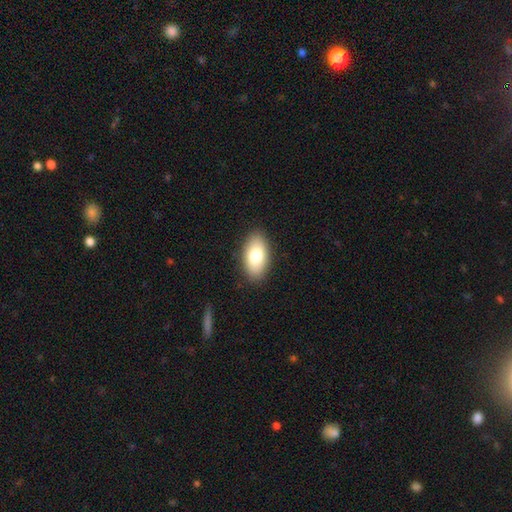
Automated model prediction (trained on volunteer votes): A smooth galaxy with no disk features (80%) that is in between round and cigar-shaped (94%).

Vote fractions:
- Smooth or featured? smooth: 80% / featured or disk: 13% / star or artifact: 6%
- How rounded? in between: 94% / round: 3% / cigar-shaped: 3%
- Merging? none: 88% / minor disturbance: 9% / major disturbance: 2% / merger: 1%